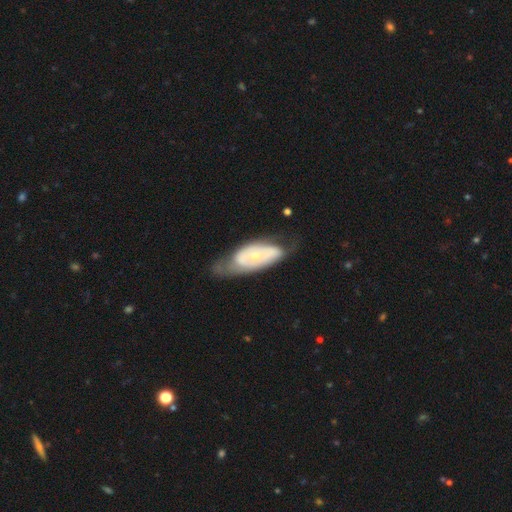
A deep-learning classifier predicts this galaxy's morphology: Smooth or featured?
  - featured or disk: 64% *
  - smooth: 30%
  - star or artifact: 6%
Edge-on disk?
  - no: 86% *
  - yes: 14%
Bar?
  - no: 79% *
  - weak: 16%
  - strong: 5%
Spiral arms?
  - no: 50% * (tied)
  - yes: 50% * (tied)
Bulge size?
  - small: 63% *
  - moderate: 32%
  - large: 2%
  - none: 2%
  - dominant: 1%
Merging?
  - none: 50% *
  - minor disturbance: 29%
  - major disturbance: 19%
  - merger: 3%